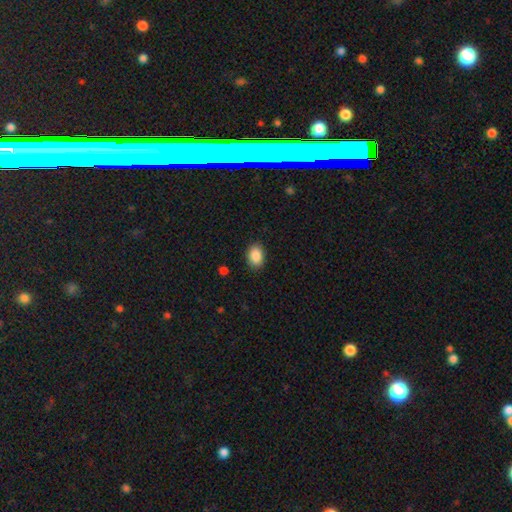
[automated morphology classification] Smooth or featured?
  - smooth: 88% *
  - star or artifact: 7%
  - featured or disk: 4%
How rounded?
  - in between: 81% *
  - round: 18%
  - cigar-shaped: 1%
Merging?
  - none: 87% *
  - minor disturbance: 10%
  - major disturbance: 2%
  - merger: 1%